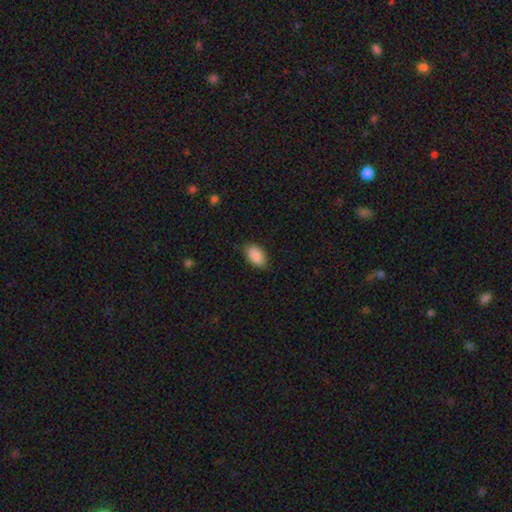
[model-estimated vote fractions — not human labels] Smooth or featured?
  - smooth: 90% *
  - star or artifact: 7%
  - featured or disk: 3%
How rounded?
  - in between: 93% *
  - round: 5%
  - cigar-shaped: 2%
Merging?
  - none: 81% *
  - minor disturbance: 15%
  - major disturbance: 3%
  - merger: 1%